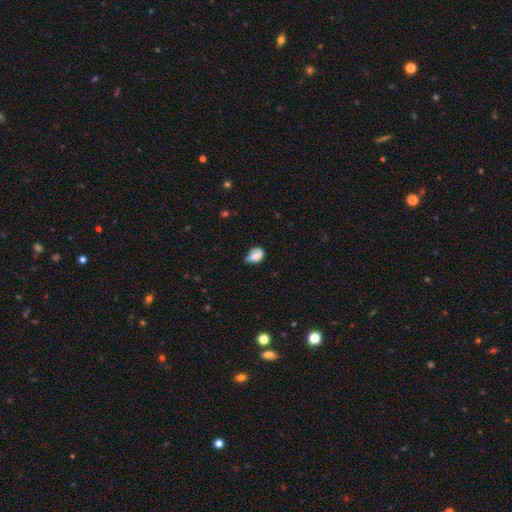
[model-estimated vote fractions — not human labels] Morphology: type=smooth (75%); roundness=in between (77%); merging=minor disturbance (46%).